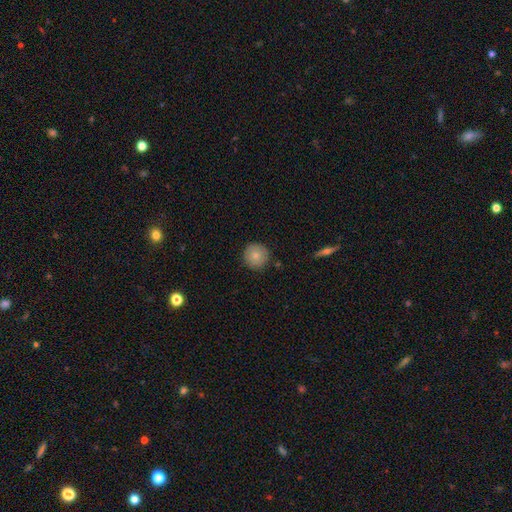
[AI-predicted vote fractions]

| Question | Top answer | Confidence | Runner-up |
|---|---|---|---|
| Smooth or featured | smooth | 76% | featured or disk (17%) |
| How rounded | round | 95% | in between (4%) |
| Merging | none | 87% | minor disturbance (10%) |